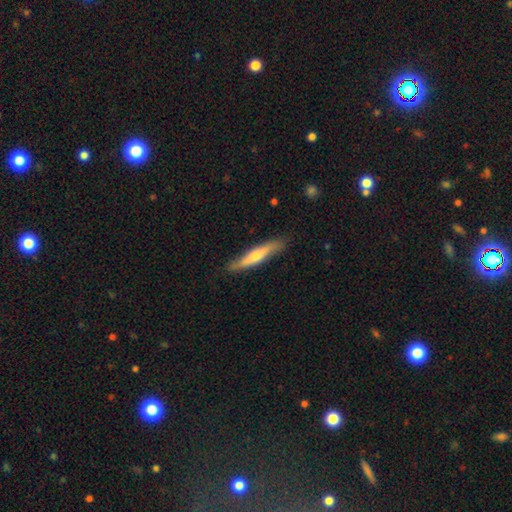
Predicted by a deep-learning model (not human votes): The model was most divided on "smooth or featured": featured or disk: 49%, smooth: 45%, star or artifact: 6%. More confident: merging — none (85%).